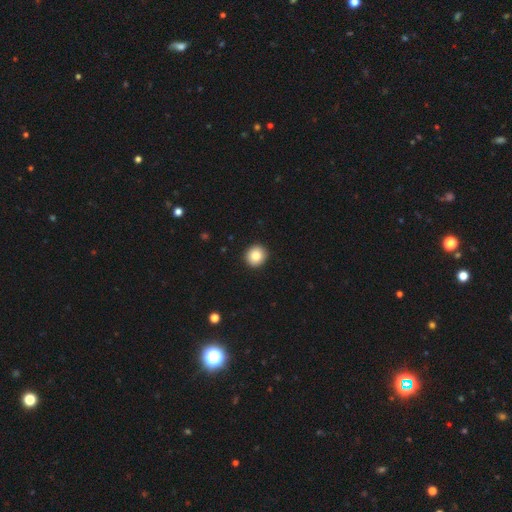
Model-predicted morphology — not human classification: The model was most divided on "smooth or featured": smooth: 85%, star or artifact: 9%, featured or disk: 7%. More confident: merging — none (93%); how rounded — round (92%).